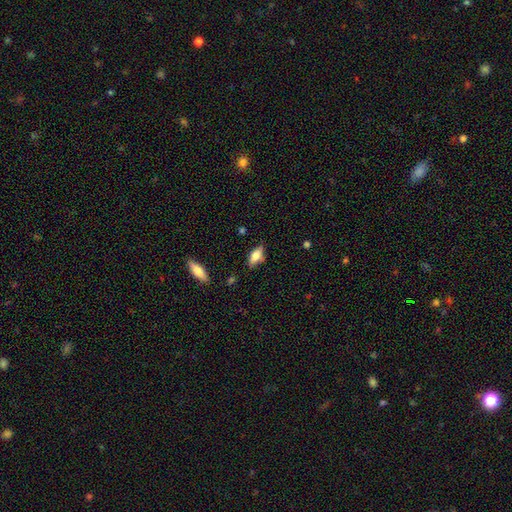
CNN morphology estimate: Smooth or featured: smooth — 67% (featured or disk — 25%)
How rounded: in between — 78% (cigar-shaped — 18%)
Merging: none — 74% (minor disturbance — 19%)